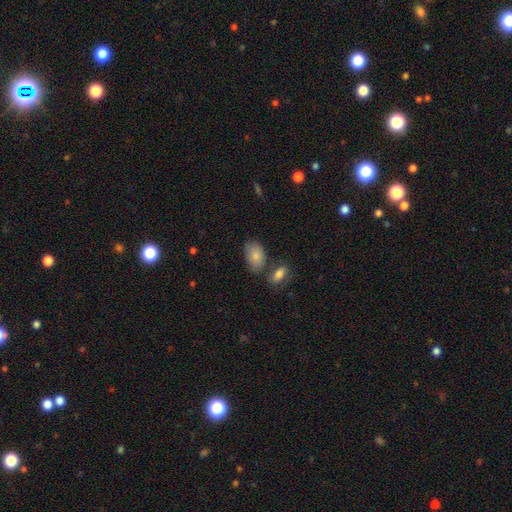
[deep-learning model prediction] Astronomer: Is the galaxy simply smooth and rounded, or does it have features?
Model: smooth — 82%.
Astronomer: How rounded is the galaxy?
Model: in between — 91%.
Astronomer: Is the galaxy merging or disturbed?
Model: none — 61%.